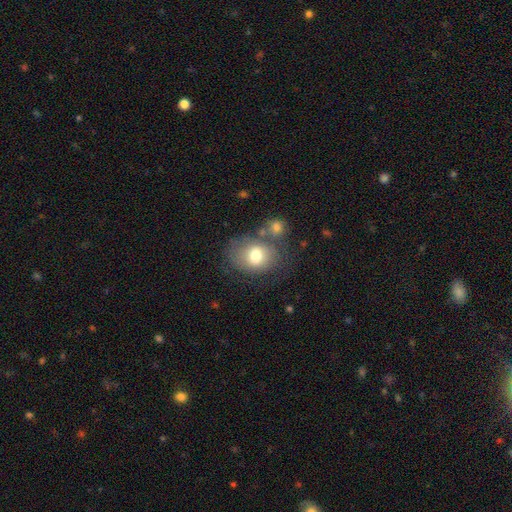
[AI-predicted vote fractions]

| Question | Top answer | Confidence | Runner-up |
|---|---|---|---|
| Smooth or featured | smooth | 71% | featured or disk (20%) |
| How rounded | in between | 54% | round (45%) |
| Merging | none | 53% | merger (20%) |